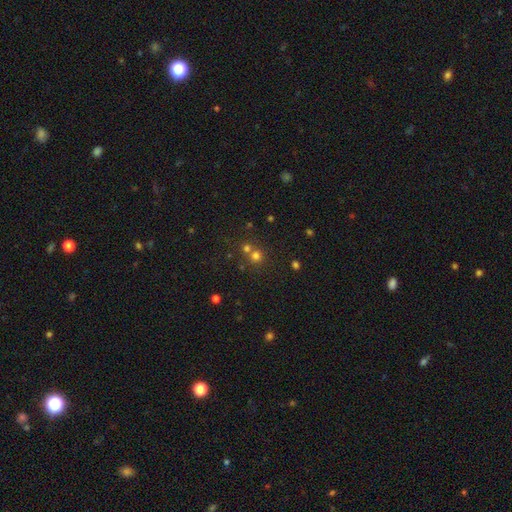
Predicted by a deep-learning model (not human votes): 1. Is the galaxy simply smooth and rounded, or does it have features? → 67% smooth, 23% star or artifact, 10% featured or disk.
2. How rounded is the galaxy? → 89% round, 10% in between, 1% cigar-shaped.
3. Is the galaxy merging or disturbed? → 54% none, 38% merger, 6% minor disturbance, 3% major disturbance.